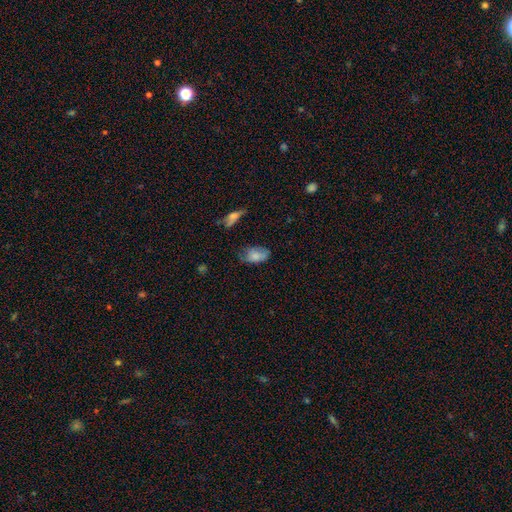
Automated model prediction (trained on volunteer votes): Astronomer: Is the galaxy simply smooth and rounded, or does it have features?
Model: smooth — 80%.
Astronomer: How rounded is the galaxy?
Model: in between — 92%.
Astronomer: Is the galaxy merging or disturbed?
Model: none — 49% (runner-up: minor disturbance, 35%).